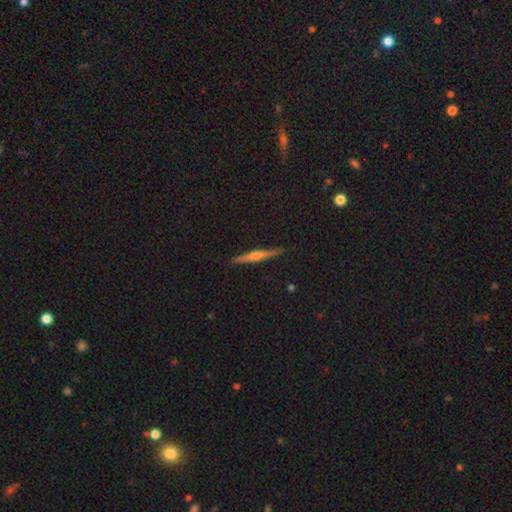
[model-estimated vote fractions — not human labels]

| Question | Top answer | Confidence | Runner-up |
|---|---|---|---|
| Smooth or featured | featured or disk | 69% | smooth (23%) |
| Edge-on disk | yes | 98% | no (2%) |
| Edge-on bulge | rounded | 82% | boxy (9%) |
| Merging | none | 91% | minor disturbance (6%) |